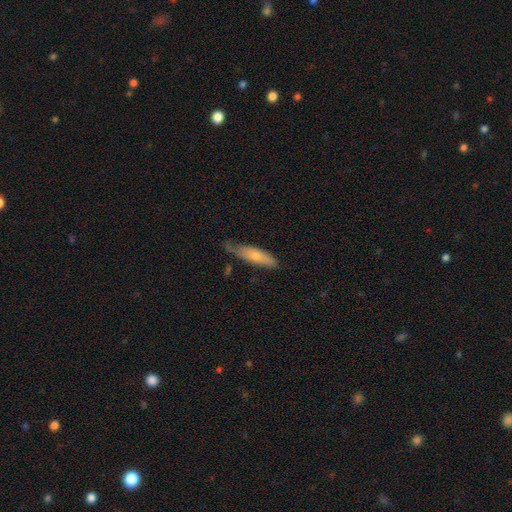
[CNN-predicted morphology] Q: Smooth or featured?
A: smooth (68%); runner-up: featured or disk (26%)
Q: How rounded?
A: cigar-shaped (65%); runner-up: in between (33%)
Q: Merging?
A: none (52%); runner-up: minor disturbance (36%)